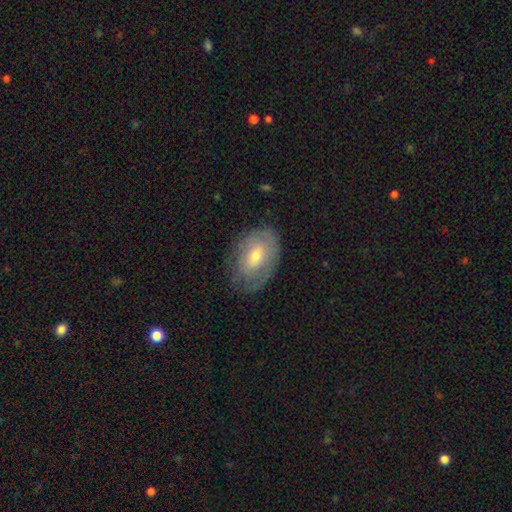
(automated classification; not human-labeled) This appears to be a smooth galaxy with no disk features (50%). Merging: none (67%).